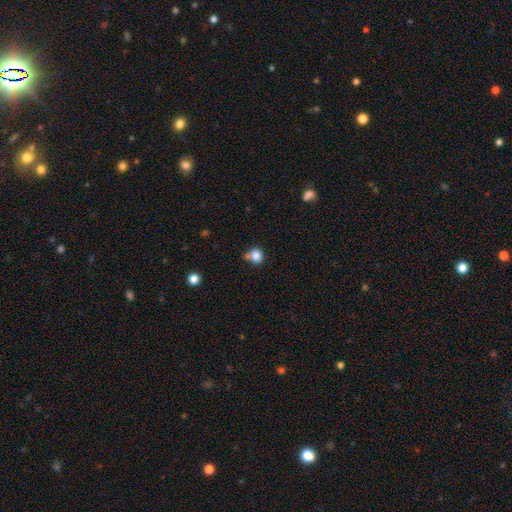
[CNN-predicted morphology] A smooth galaxy with no disk features (83%) that is round (81%).

Vote fractions:
- Smooth or featured? smooth: 83% / star or artifact: 11% / featured or disk: 6%
- How rounded? round: 81% / in between: 18% / cigar-shaped: 1%
- Merging? none: 55% / minor disturbance: 20% / merger: 19% / major disturbance: 6%